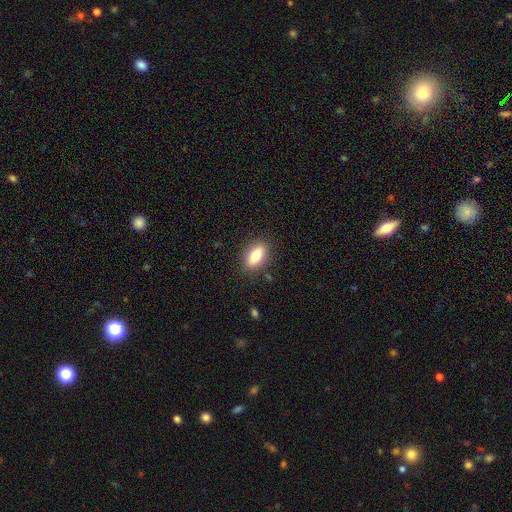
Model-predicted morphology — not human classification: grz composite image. It shows a smooth galaxy with no disk features (76%) that is in between round and cigar-shaped (83%). Merging: none (86%).